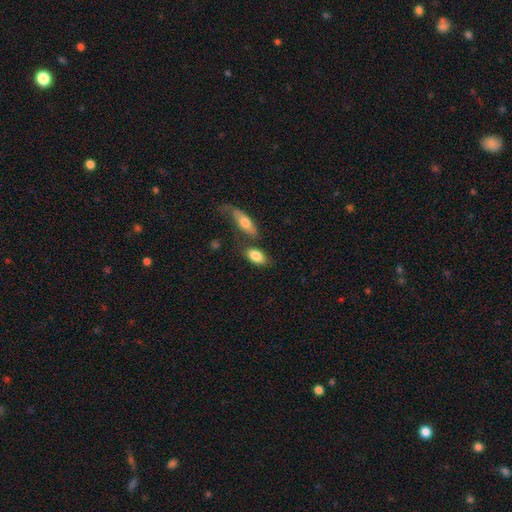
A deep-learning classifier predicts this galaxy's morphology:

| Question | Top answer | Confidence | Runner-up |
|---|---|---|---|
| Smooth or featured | smooth | 83% | featured or disk (11%) |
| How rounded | in between | 89% | cigar-shaped (6%) |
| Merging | none | 63% | merger (19%) |